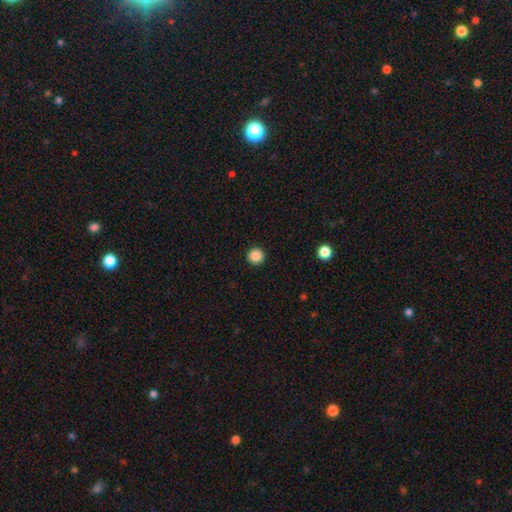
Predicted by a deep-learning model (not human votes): smooth 87%, star or artifact 11%, featured or disk 3%. Down the decision tree: how rounded — round (96%); merging — none (93%).